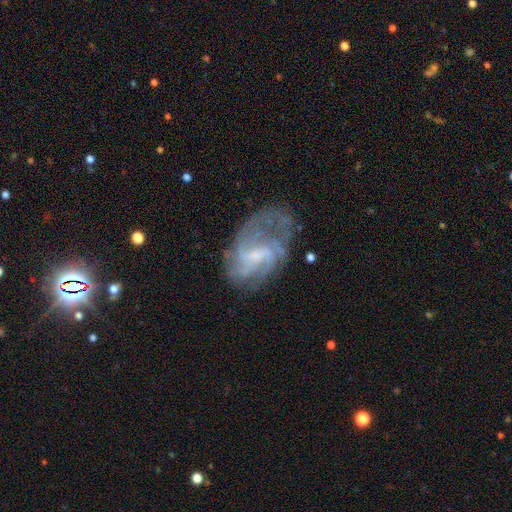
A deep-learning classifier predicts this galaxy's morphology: Q: Smooth or featured?
A: featured or disk (79%); runner-up: smooth (13%)
Q: Edge-on disk?
A: no (97%); runner-up: yes (3%)
Q: Bar?
A: weak (54%); runner-up: no (32%)
Q: Spiral arms?
A: yes (87%); runner-up: no (13%)
Q: Spiral winding?
A: medium (43%); runner-up: tight (30%)
Q: Spiral arm count?
A: can't tell (39%); runner-up: 3 (18%)
Q: Bulge size?
A: small (44%); runner-up: moderate (30%)
Q: Merging?
A: none (51%); runner-up: major disturbance (24%)